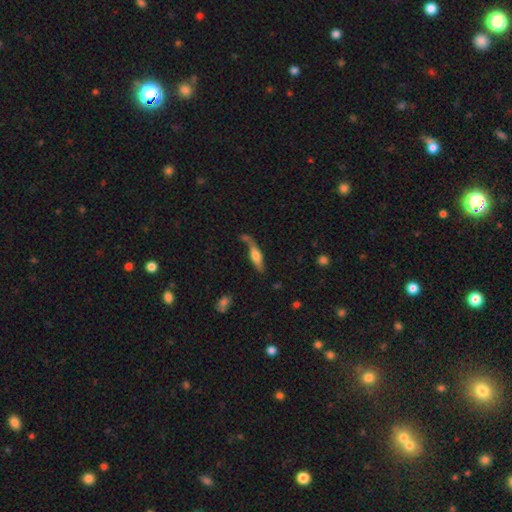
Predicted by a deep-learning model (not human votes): A smooth galaxy with no disk features (52%) that is cigar-shaped (65%).

Vote fractions:
- Smooth or featured? smooth: 52% / featured or disk: 41% / star or artifact: 7%
- How rounded? cigar-shaped: 65% / in between: 32% / round: 3%
- Merging? none: 50% / minor disturbance: 22% / merger: 18% / major disturbance: 11%